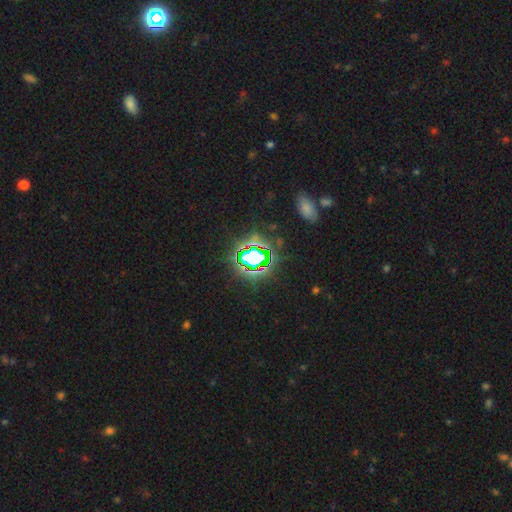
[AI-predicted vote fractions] A star or artifact, not a galaxy (76%).

Vote fractions:
- Smooth or featured? star or artifact: 76% / smooth: 13% / featured or disk: 11%